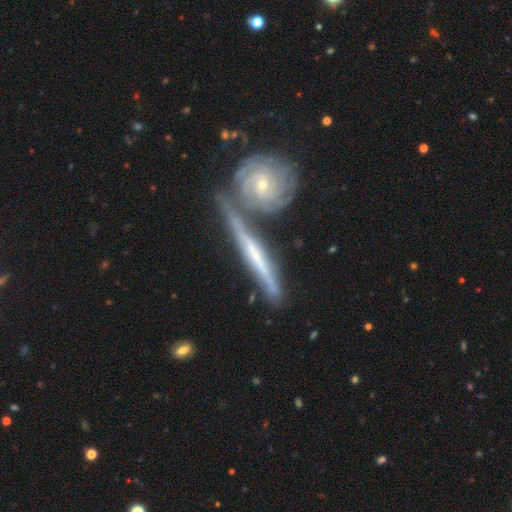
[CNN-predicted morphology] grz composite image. It shows a featured or disk galaxy (78%) viewed edge-on (74%) with no central bulge (65%). Merging: none (55%).